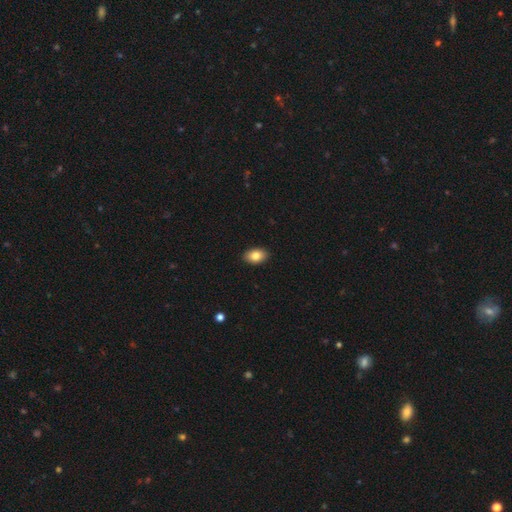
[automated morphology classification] type=smooth (83%); roundness=in between (88%); merging=none (91%).